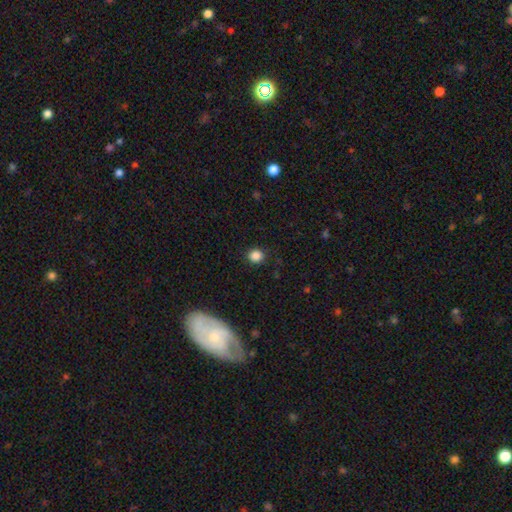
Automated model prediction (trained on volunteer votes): Smooth or featured? Predicted: smooth (p=0.85). How rounded? Predicted: round (p=0.88). Merging? Predicted: none (p=0.90).